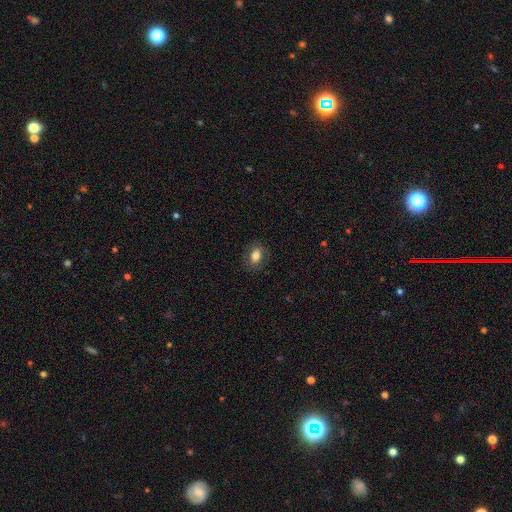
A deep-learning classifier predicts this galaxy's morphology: type=smooth (81%); roundness=in between (75%); merging=none (84%).